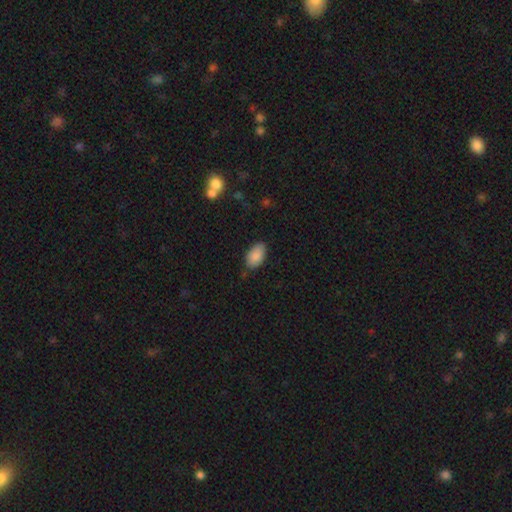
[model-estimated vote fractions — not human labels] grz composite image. It shows a smooth galaxy with no disk features (88%) that is in between round and cigar-shaped (94%). Merging: none (76%).